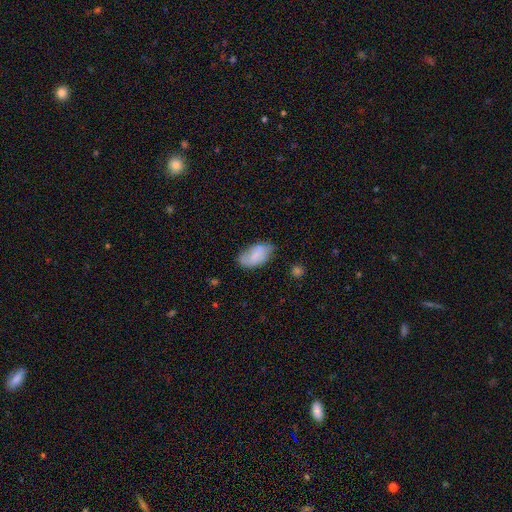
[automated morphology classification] smooth 73%, featured or disk 20%, star or artifact 7%. Down the decision tree: how rounded — in between (94%); merging — none (57%).